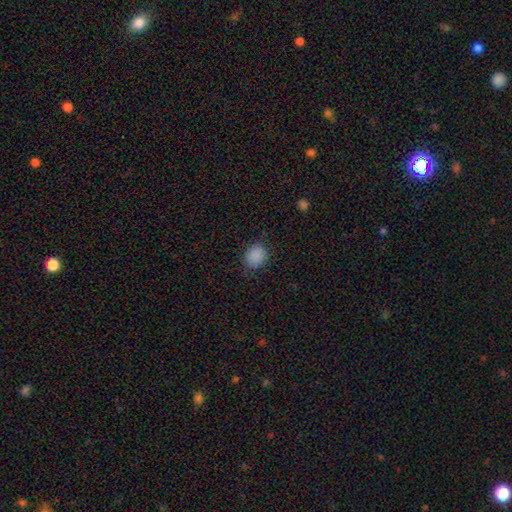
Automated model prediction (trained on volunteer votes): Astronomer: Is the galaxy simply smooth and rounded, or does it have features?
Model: smooth — 87%.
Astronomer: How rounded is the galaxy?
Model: round — 60% (runner-up: in between, 39%).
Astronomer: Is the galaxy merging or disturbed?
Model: none — 82%.